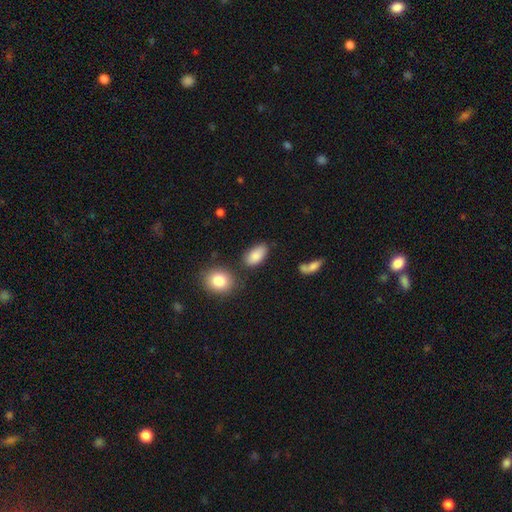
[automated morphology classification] This appears to be a smooth galaxy with no disk features (86%) that is in between round and cigar-shaped (93%). Merging: none (75%).